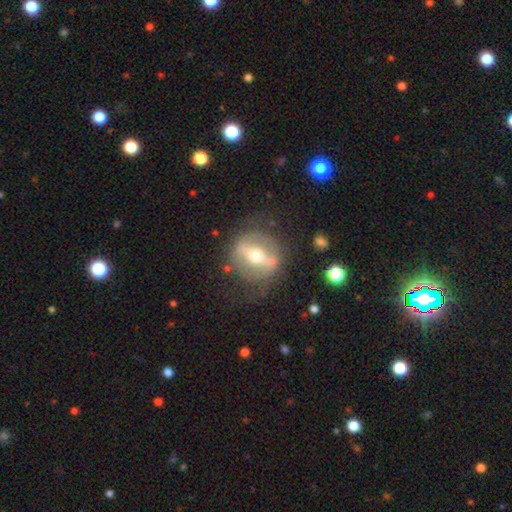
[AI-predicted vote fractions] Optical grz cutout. It shows a featured or disk galaxy (65%) with a strong bar (63%), no spiral arms (76%) and a moderate central bulge (70%). Merging: none (70%).